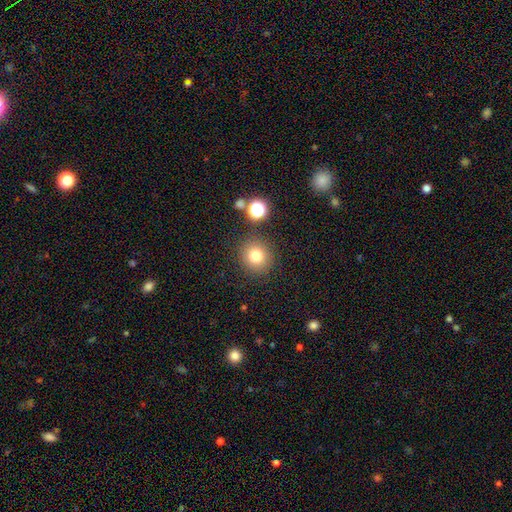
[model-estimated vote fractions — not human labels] smooth 79%, star or artifact 13%, featured or disk 8%. Down the decision tree: how rounded — round (90%); merging — none (85%).